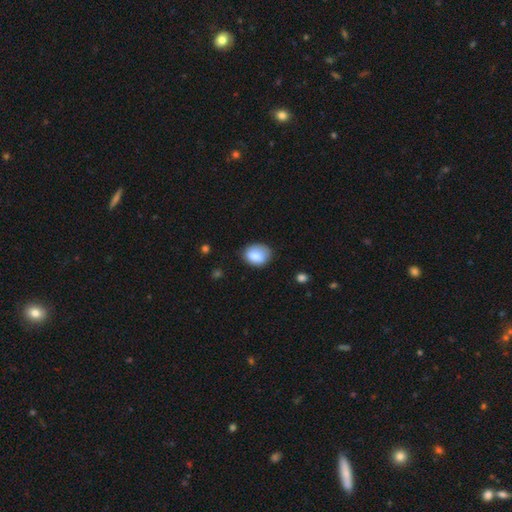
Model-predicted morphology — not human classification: Smooth or featured? Predicted: smooth (p=0.84). How rounded? Predicted: in between (p=0.61). Merging? Predicted: none (p=0.72).